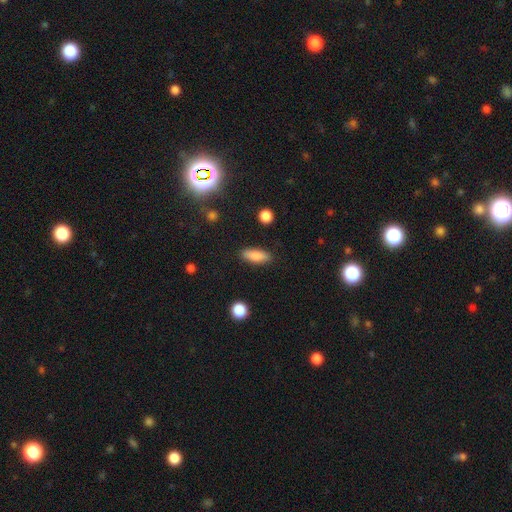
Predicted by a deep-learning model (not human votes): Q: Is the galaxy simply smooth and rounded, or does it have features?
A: smooth — 83%.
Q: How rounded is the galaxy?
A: in between — 64%.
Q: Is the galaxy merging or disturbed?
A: none — 88%.